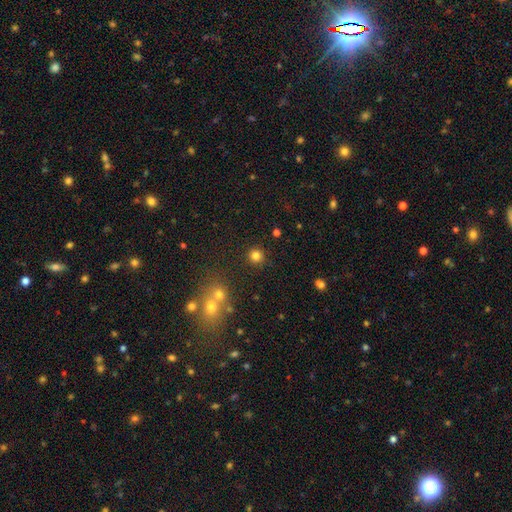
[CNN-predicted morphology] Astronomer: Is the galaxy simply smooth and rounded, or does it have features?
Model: smooth — 80%.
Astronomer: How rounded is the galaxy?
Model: round — 94%.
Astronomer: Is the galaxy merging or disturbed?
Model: none — 89%.